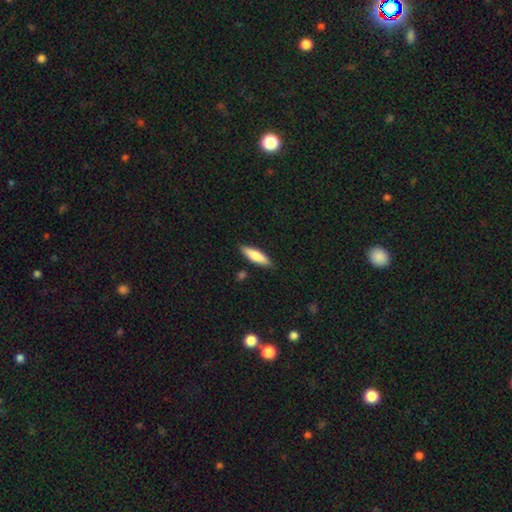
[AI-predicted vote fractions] This appears to be a smooth galaxy with no disk features (78%) that is cigar-shaped (63%). Merging: none (86%).